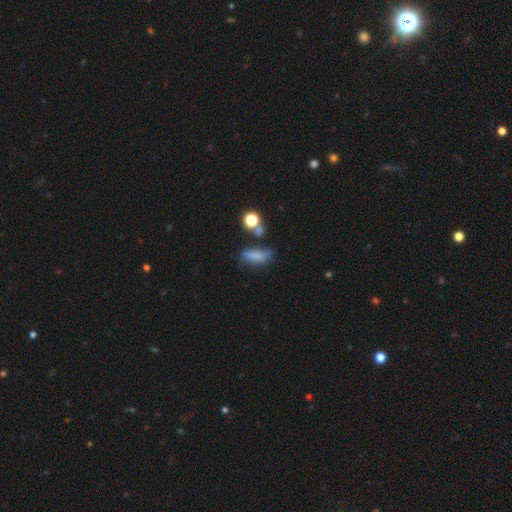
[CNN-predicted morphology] Smooth or featured?
  - smooth: 68% *
  - featured or disk: 18%
  - star or artifact: 14%
How rounded?
  - in between: 64% *
  - cigar-shaped: 26%
  - round: 9%
Merging?
  - none: 45% *
  - minor disturbance: 27%
  - major disturbance: 16%
  - merger: 12%